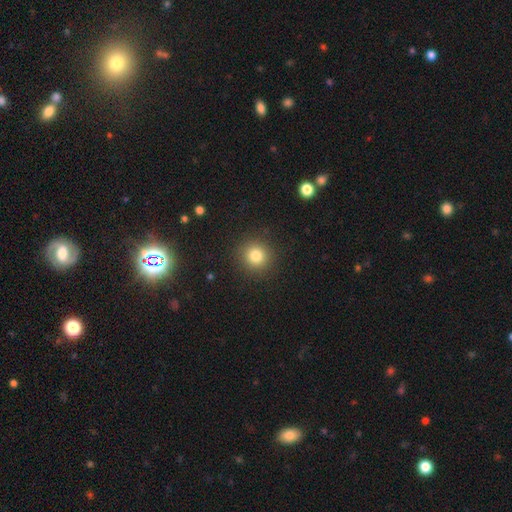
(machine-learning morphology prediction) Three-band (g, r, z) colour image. It shows a smooth galaxy with no disk features (81%) that is round (92%). Merging: none (90%).